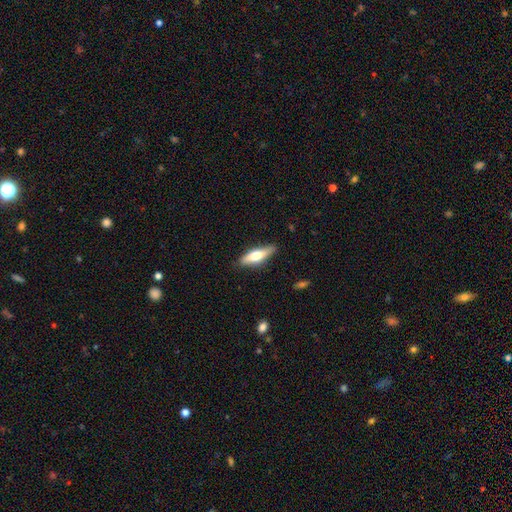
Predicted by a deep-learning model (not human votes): smooth 58%, featured or disk 36%, star or artifact 6%. Down the decision tree: how rounded — cigar-shaped (56%); merging — none (82%).